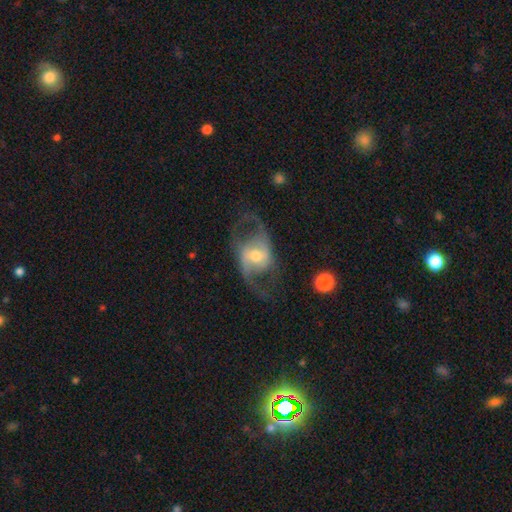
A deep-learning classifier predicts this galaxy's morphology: Q: Smooth or featured?
A: featured or disk (82%); runner-up: smooth (13%)
Q: Edge-on disk?
A: no (95%); runner-up: yes (5%)
Q: Bar?
A: weak (40%); runner-up: no (39%)
Q: Spiral arms?
A: yes (87%); runner-up: no (13%)
Q: Spiral winding?
A: loose (45%); tied with: medium (45%)
Q: Spiral arm count?
A: 2 (90%); runner-up: can't tell (5%)
Q: Bulge size?
A: moderate (60%); runner-up: small (31%)
Q: Merging?
A: none (66%); runner-up: major disturbance (17%)